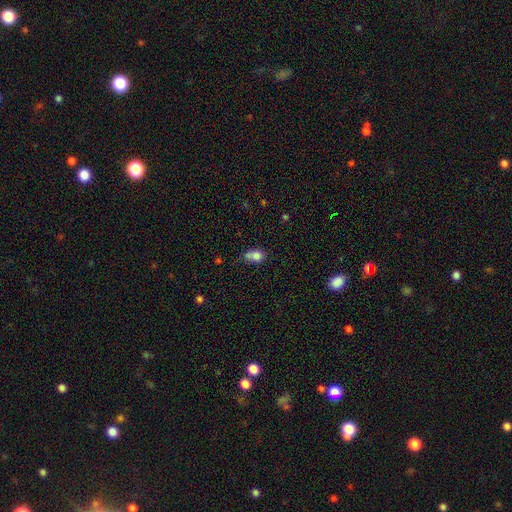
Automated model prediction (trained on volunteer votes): smooth_or_featured: smooth (p=0.79) [alt: star or artifact p=0.11]
how_rounded: in between (p=0.59) [alt: round p=0.39]
merging: none (p=0.37) [alt: minor disturbance p=0.32]